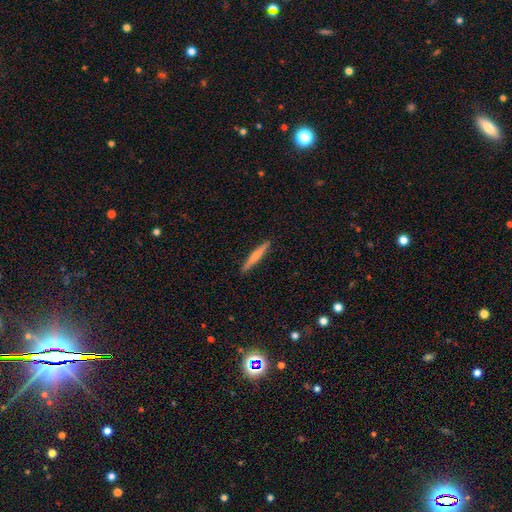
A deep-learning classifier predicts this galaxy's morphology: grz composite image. It shows a smooth galaxy with no disk features (58%) that is cigar-shaped (95%). Merging: none (91%).